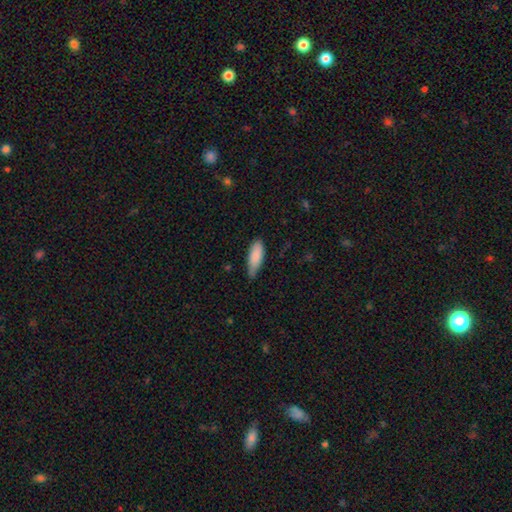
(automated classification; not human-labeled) smooth-or-featured: smooth: 87% | featured or disk: 7% | star or artifact: 6%
  how-rounded: in between: 71% | cigar-shaped: 28% | round: 2%
  merging: none: 57% | minor disturbance: 36% | major disturbance: 5% | merger: 2%